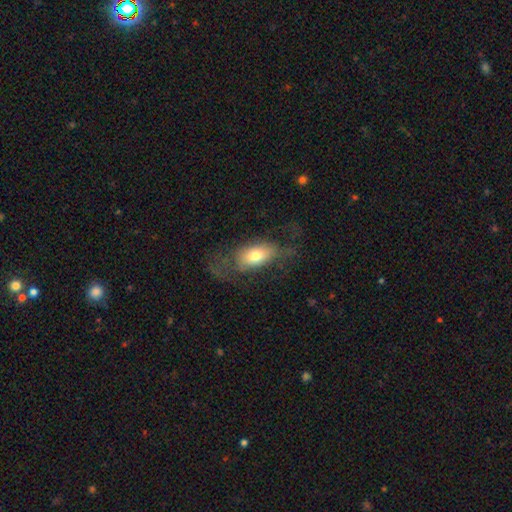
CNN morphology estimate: A smooth galaxy with no disk features (64%) that is in between round and cigar-shaped (87%).

Vote fractions:
- Smooth or featured? smooth: 64% / featured or disk: 28% / star or artifact: 8%
- How rounded? in between: 87% / round: 7% / cigar-shaped: 6%
- Merging? none: 44% / major disturbance: 33% / minor disturbance: 21% / merger: 2%